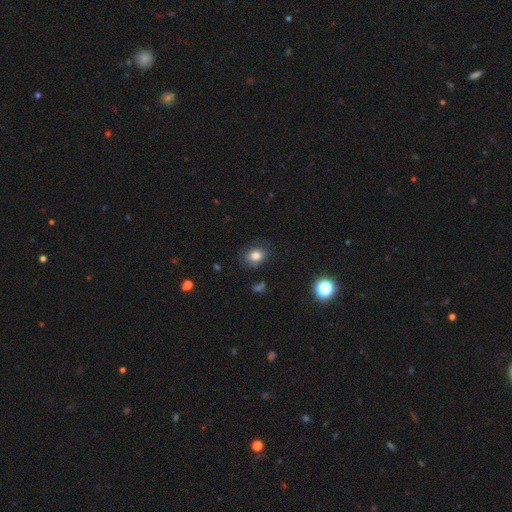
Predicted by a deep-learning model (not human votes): Morphology: type=smooth (81%); roundness=in between (53%); merging=none (77%).